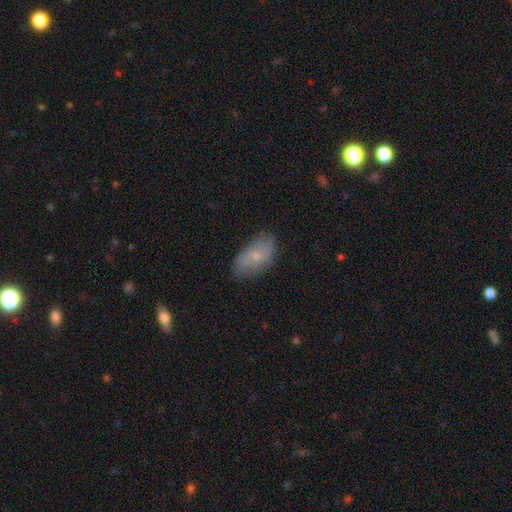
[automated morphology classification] Smooth or featured?
  - smooth: 56% *
  - featured or disk: 36%
  - star or artifact: 8%
How rounded?
  - in between: 92% *
  - round: 5%
  - cigar-shaped: 3%
Merging?
  - none: 72% *
  - minor disturbance: 22%
  - major disturbance: 5%
  - merger: 1%